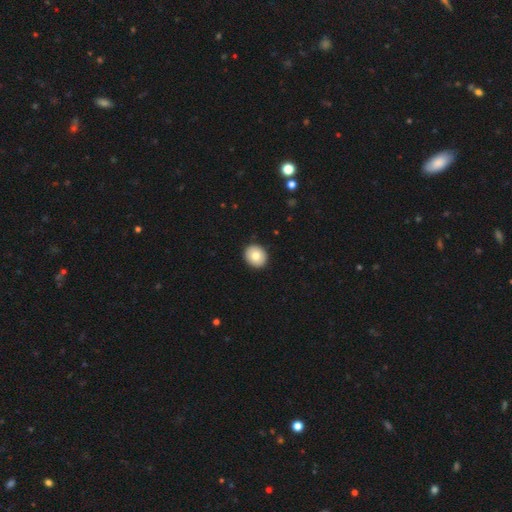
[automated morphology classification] smooth 79%, featured or disk 13%, star or artifact 8%. Down the decision tree: how rounded — round (74%); merging — none (92%).